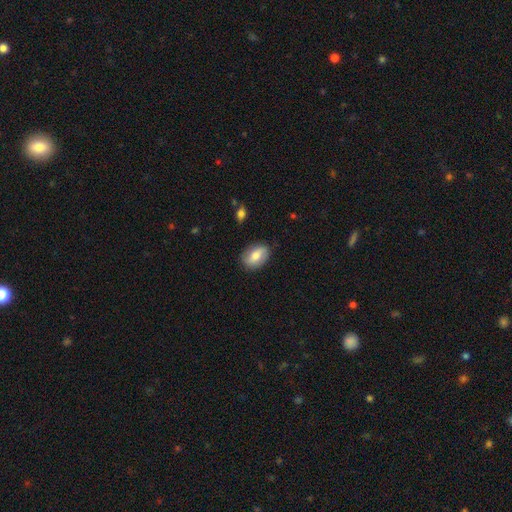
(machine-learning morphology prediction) A smooth galaxy with no disk features (70%) that is in between round and cigar-shaped (83%). Merging: none (82%).